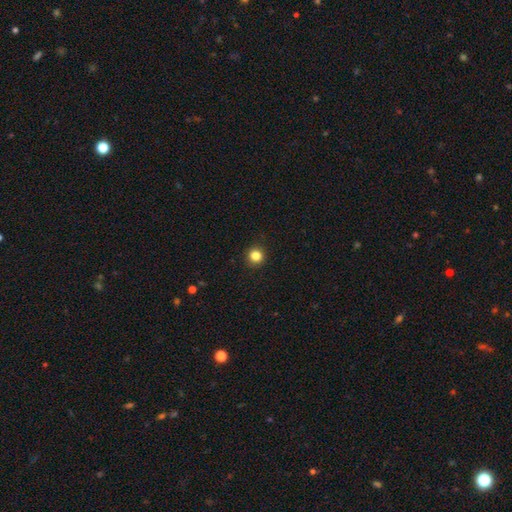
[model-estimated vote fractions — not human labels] A smooth galaxy with no disk features (83%) that is round (94%).

Vote fractions:
- Smooth or featured? smooth: 83% / star or artifact: 12% / featured or disk: 4%
- How rounded? round: 94% / in between: 5% / cigar-shaped: 1%
- Merging? none: 93% / minor disturbance: 5% / major disturbance: 2% / merger: 1%